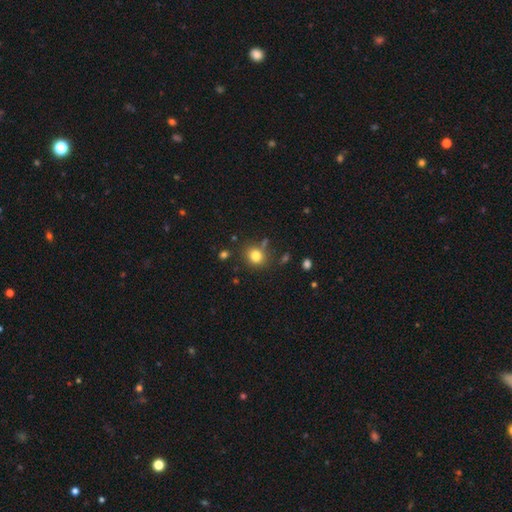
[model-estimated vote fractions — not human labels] A smooth galaxy with no disk features (80%) that is round (72%). Merging: none (77%).